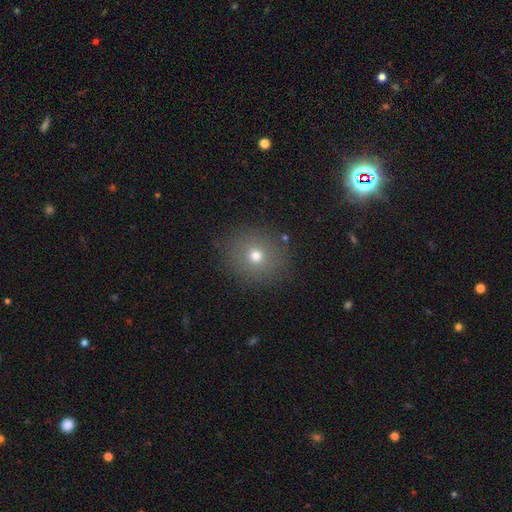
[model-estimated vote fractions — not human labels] This is likely a smooth galaxy (70%). How rounded: clearly round (86%). Merging: clearly none (87%).